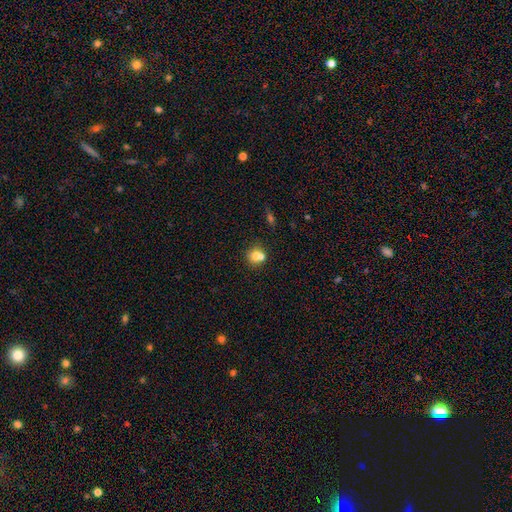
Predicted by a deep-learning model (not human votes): Overall: smooth (72%). How rounded: round (79%). Merging: none (45%; merger 43%).